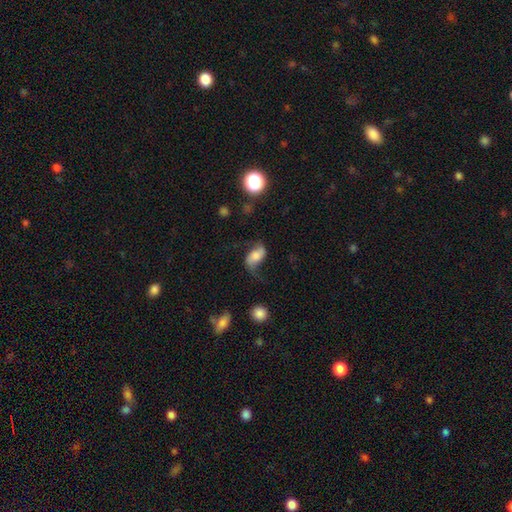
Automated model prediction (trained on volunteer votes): This appears to be a featured or disk galaxy (59%) with no bar (49%), 2 (88%) loose (80%) spiral arms (91%) and a moderate central bulge (44%). Merging: none (55%).